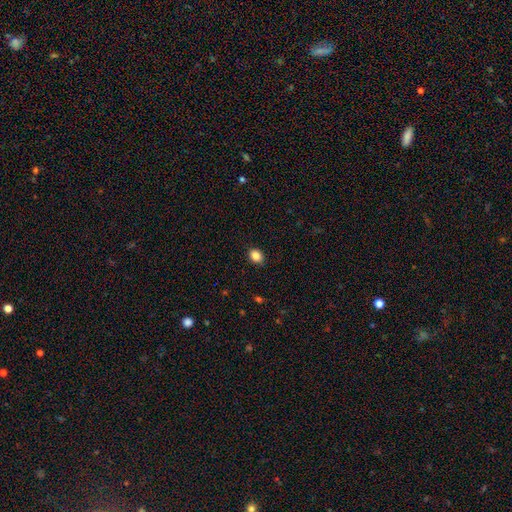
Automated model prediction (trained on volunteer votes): Overall: smooth (87%). How rounded: in between (56%; round 43%). Merging: none (88%).